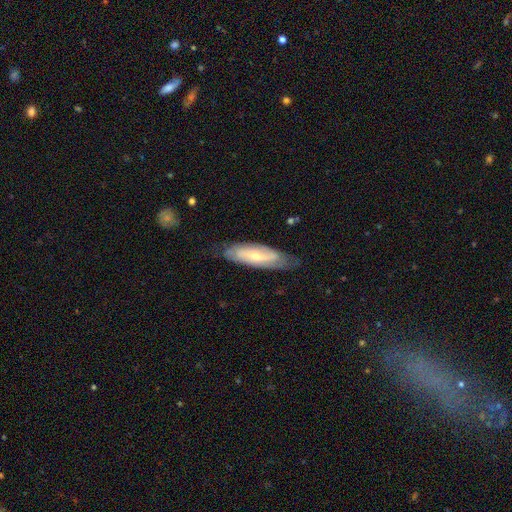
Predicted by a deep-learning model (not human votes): smooth_or_featured: featured or disk (p=0.64) [alt: smooth p=0.30]
disk_edge_on: no (p=0.79) [alt: yes p=0.21]
bar: no (p=0.45) [alt: weak p=0.37]
has_spiral_arms: yes (p=0.80) [alt: no p=0.20]
bulge_size: small (p=0.55) [alt: moderate p=0.41]
merging: none (p=0.71) [alt: minor disturbance p=0.22]